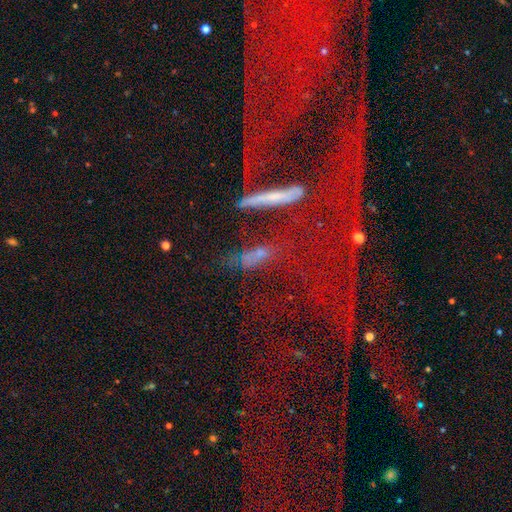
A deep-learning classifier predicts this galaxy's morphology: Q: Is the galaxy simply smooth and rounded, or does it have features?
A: smooth — 44%.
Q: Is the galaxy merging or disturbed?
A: none — 52%.